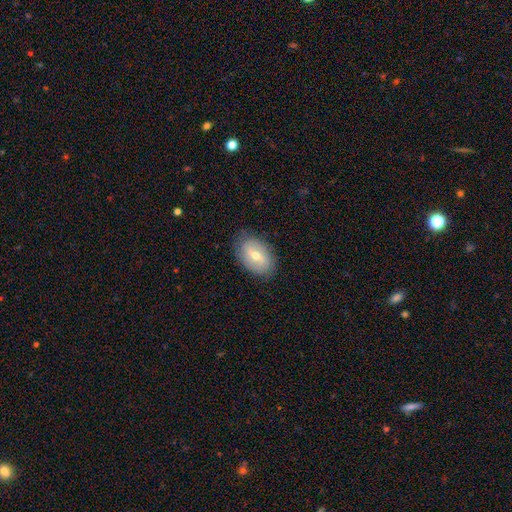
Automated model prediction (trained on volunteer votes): This appears to be a smooth galaxy with no disk features (54%) that is in between round and cigar-shaped (87%). Merging: none (84%).